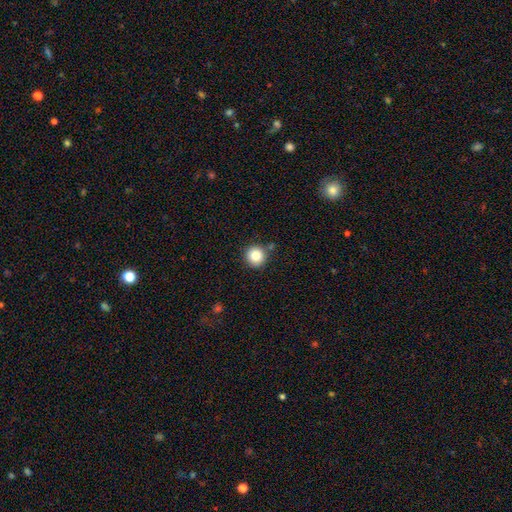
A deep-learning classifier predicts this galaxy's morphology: Smooth or featured?
  - smooth: 85% *
  - star or artifact: 10%
  - featured or disk: 5%
How rounded?
  - round: 93% *
  - in between: 6%
  - cigar-shaped: 1%
Merging?
  - none: 82% *
  - minor disturbance: 11%
  - merger: 4%
  - major disturbance: 3%